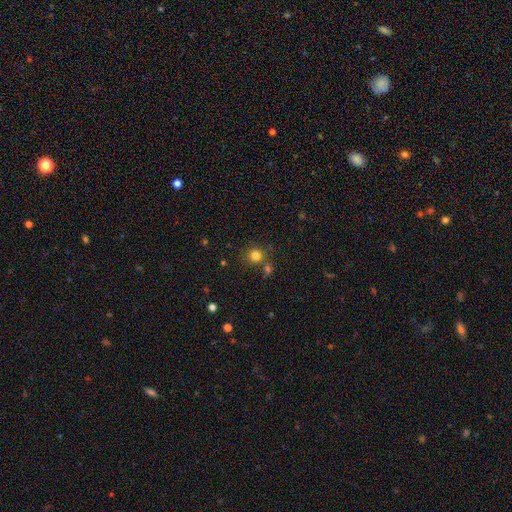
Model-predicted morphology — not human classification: This is clearly a smooth galaxy (80%). How rounded: clearly round (90%). Merging: likely none (75%).